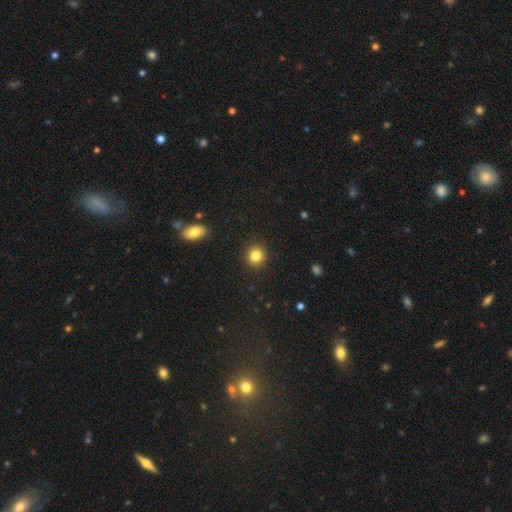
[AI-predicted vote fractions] Overall: smooth (84%). How rounded: round (89%). Merging: none (92%).